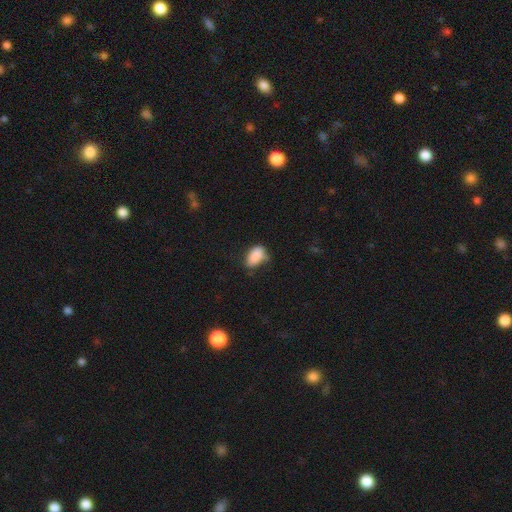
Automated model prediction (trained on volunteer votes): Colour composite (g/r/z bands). It shows a smooth galaxy with no disk features (86%) that is in between round and cigar-shaped (91%). Merging: none (49%).